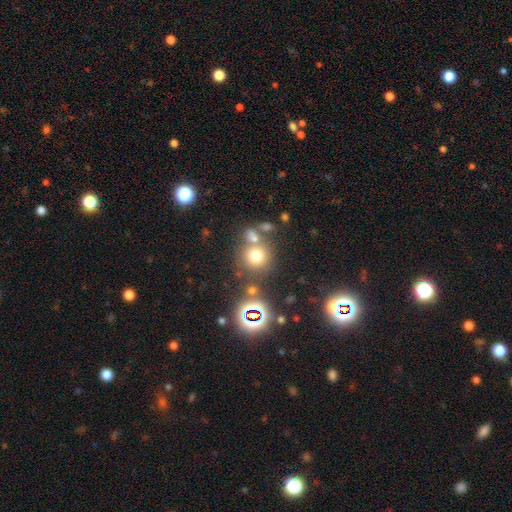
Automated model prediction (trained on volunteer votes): This is likely a smooth galaxy (70%). How rounded: clearly round (88%). Merging: likely none (62%).